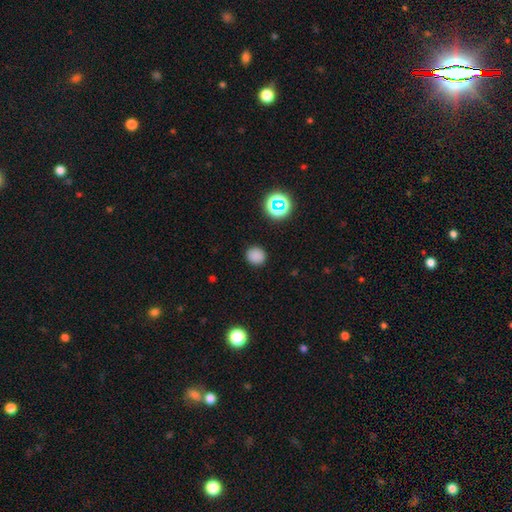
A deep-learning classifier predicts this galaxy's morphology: type=smooth (81%); roundness=round (89%); merging=none (90%).